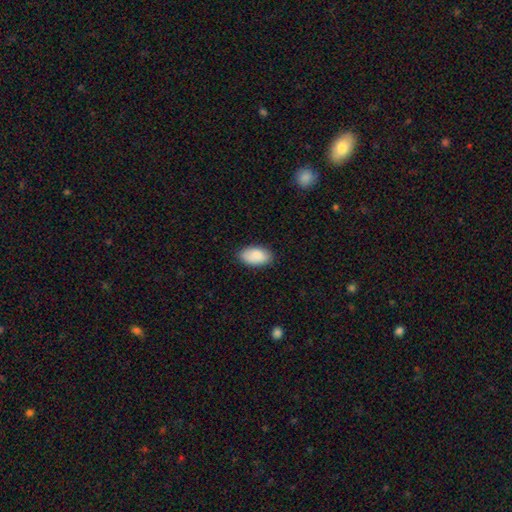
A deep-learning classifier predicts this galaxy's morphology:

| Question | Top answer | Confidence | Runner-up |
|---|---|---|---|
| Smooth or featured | smooth | 87% | featured or disk (7%) |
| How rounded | in between | 94% | round (4%) |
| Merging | none | 84% | minor disturbance (13%) |